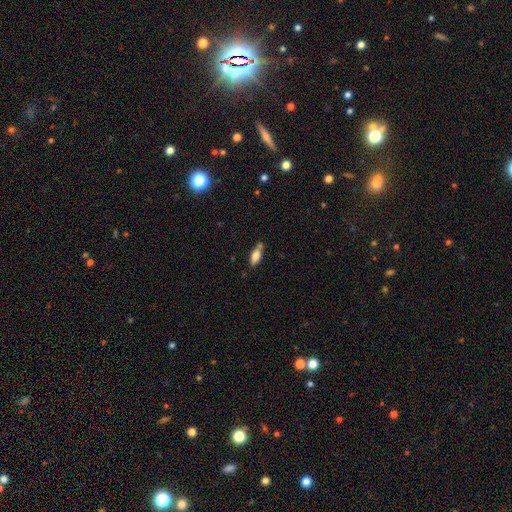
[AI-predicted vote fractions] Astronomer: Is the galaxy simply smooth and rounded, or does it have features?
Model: smooth — 74%.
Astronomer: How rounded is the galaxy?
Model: in between — 75%.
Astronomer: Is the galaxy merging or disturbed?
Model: none — 66%.